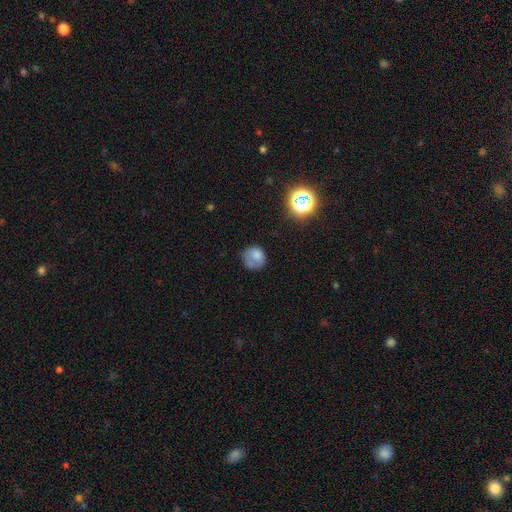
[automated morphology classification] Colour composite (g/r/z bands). It shows a smooth galaxy with no disk features (74%) that is round (81%). Merging: none (54%).